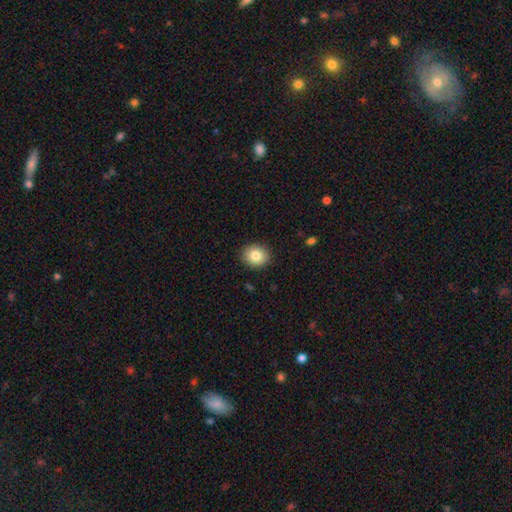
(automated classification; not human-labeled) smooth_or_featured: smooth (p=0.83) [alt: star or artifact p=0.09]
how_rounded: round (p=0.77) [alt: in between p=0.22]
merging: none (p=0.90) [alt: minor disturbance p=0.07]